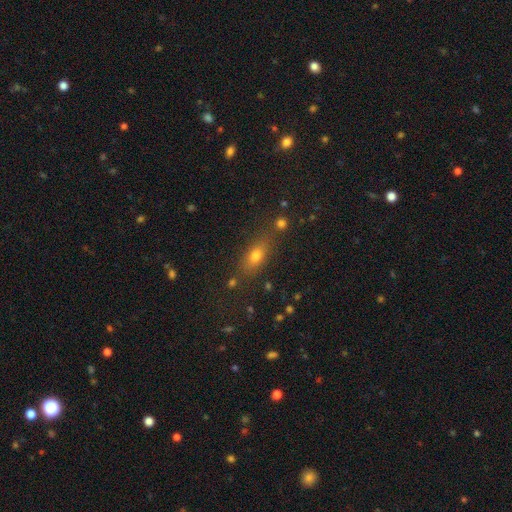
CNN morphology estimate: Q: Smooth or featured?
A: smooth (70%); runner-up: star or artifact (16%)
Q: How rounded?
A: in between (68%); runner-up: cigar-shaped (19%)
Q: Merging?
A: none (74%); runner-up: minor disturbance (14%)